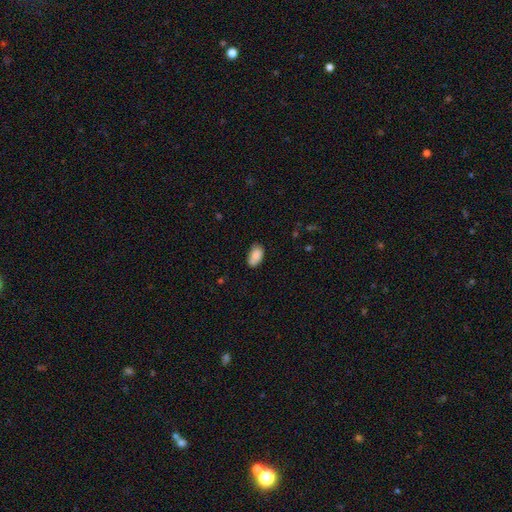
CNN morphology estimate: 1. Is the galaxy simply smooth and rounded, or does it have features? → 86% smooth, 7% star or artifact, 6% featured or disk.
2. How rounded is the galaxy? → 93% in between, 6% round, 2% cigar-shaped.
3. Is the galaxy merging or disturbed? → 72% none, 22% minor disturbance, 4% major disturbance, 2% merger.